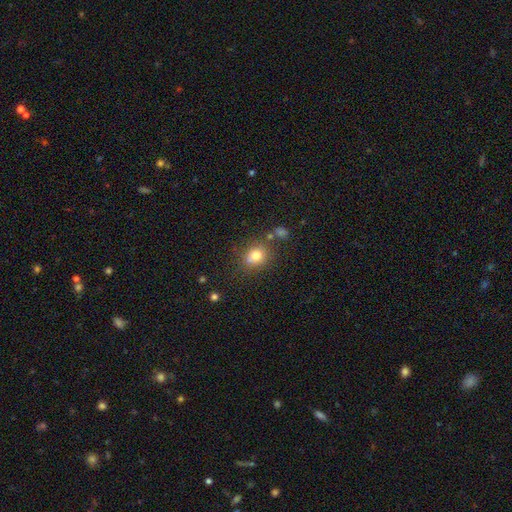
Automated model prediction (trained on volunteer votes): A smooth galaxy with no disk features (78%) that is round (65%). Merging: none (69%).